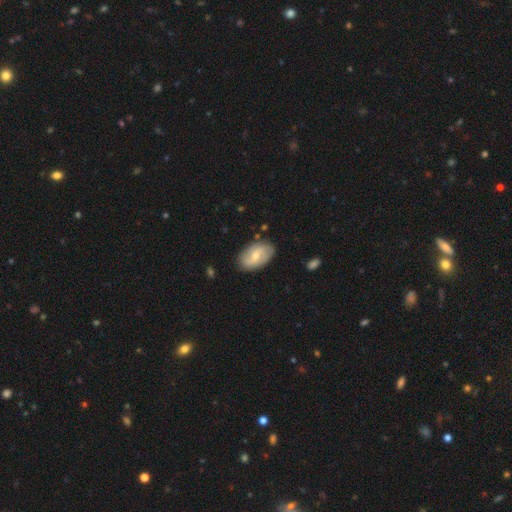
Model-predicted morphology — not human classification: type=featured or disk (53%); edge-on=no (94%); bar=weak (50%); spiral arms=yes (75%); bulge=moderate (52%); merging=none (83%).